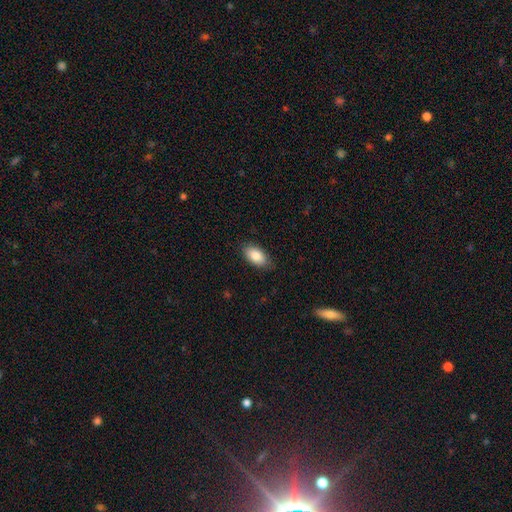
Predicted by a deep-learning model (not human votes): A smooth galaxy with no disk features (85%) that is in between round and cigar-shaped (93%). Merging: none (84%).